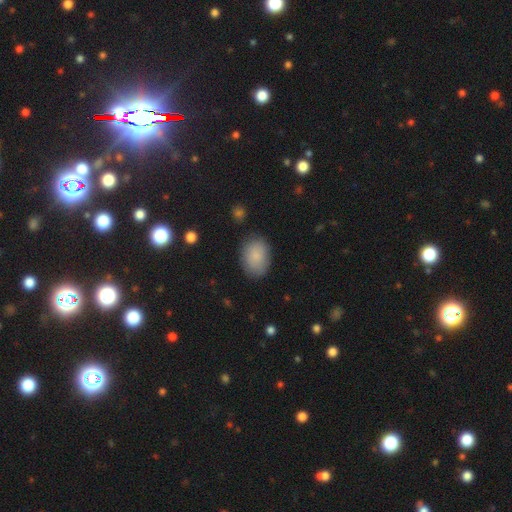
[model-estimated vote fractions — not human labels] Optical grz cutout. It shows a smooth galaxy with no disk features (86%) that is in between round and cigar-shaped (79%). Merging: none (81%).